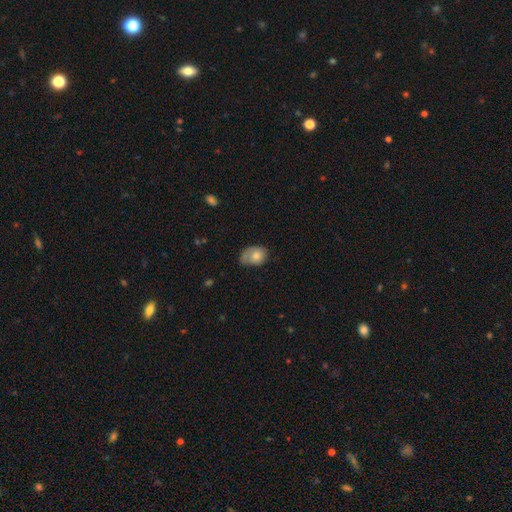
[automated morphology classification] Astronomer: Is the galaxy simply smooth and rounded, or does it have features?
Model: smooth — 73%.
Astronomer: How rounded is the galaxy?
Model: in between — 71%.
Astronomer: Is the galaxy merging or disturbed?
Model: minor disturbance — 43% (runner-up: none, 37%).